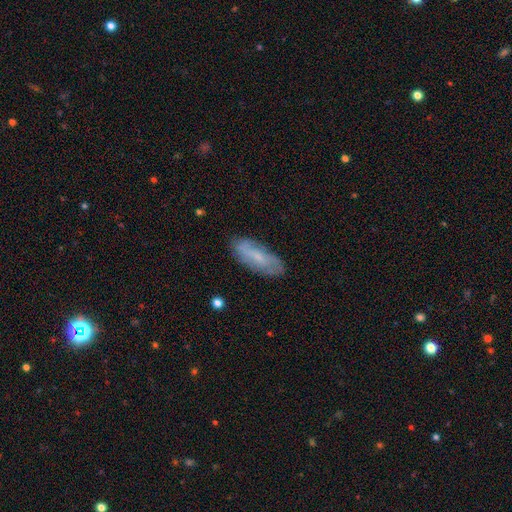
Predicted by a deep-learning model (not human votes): The model was most divided on "smooth or featured": smooth: 52%, featured or disk: 40%, star or artifact: 7%. More confident: merging — none (78%); how rounded — in between (68%).